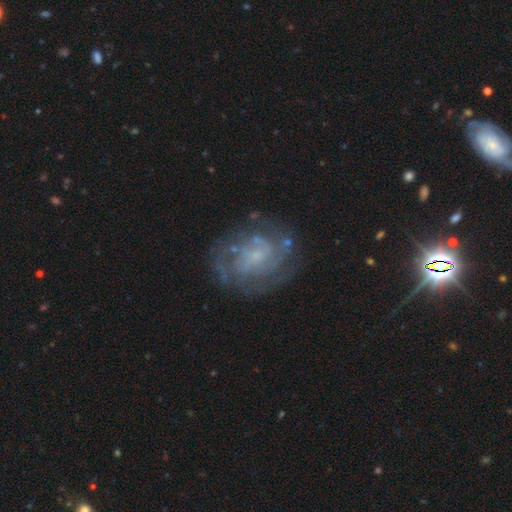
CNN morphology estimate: A featured or disk galaxy (78%) with no bar (58%), tight (52%) spiral arms (85%) and a small central bulge (62%).

Vote fractions:
- Smooth or featured? featured or disk: 78% / smooth: 13% / star or artifact: 9%
- Edge-on disk? no: 97% / yes: 3%
- Bar? no: 58% / weak: 36% / strong: 7%
- Spiral arms? yes: 85% / no: 15%
- Spiral winding? tight: 52% / medium: 36% / loose: 12%
- Spiral arm count? can't tell: 42% / 2: 27% / 3: 14% / 4: 7% / 1: 5% / more than 4: 5%
- Bulge size? small: 62% / none: 19% / moderate: 16% / large: 2% / dominant: 1%
- Merging? none: 71% / minor disturbance: 16% / major disturbance: 10% / merger: 2%